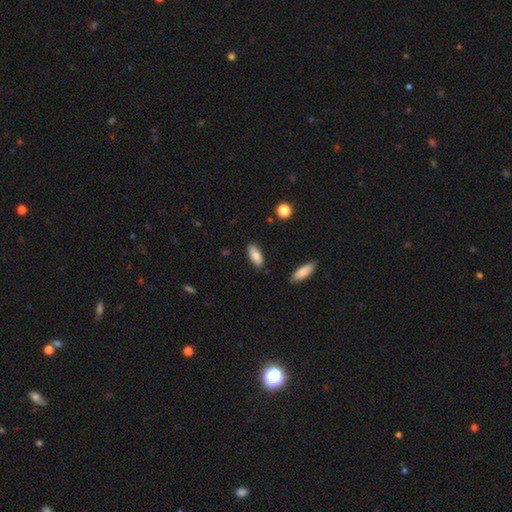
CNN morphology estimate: Smooth or featured? Predicted: smooth (p=0.77). How rounded? Predicted: in between (p=0.88). Merging? Predicted: none (p=0.84).